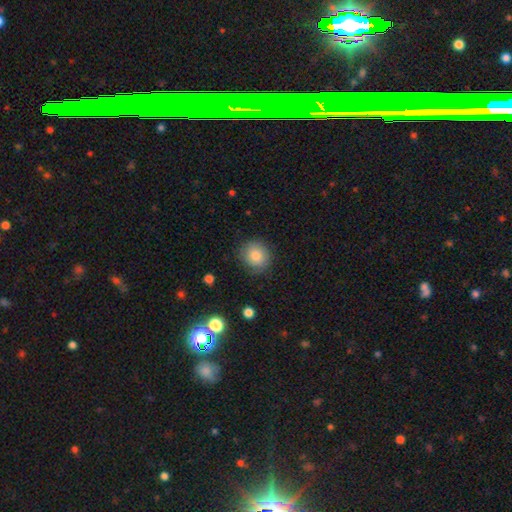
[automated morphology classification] Q: Smooth or featured?
A: smooth (82%); runner-up: star or artifact (9%)
Q: How rounded?
A: round (85%); runner-up: in between (14%)
Q: Merging?
A: none (82%); runner-up: minor disturbance (13%)